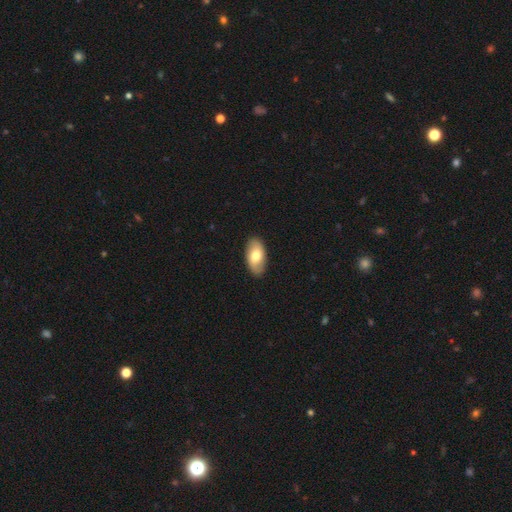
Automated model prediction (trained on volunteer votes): Q: Smooth or featured?
A: smooth (69%); runner-up: featured or disk (26%)
Q: How rounded?
A: in between (94%); runner-up: round (3%)
Q: Merging?
A: none (88%); runner-up: minor disturbance (9%)